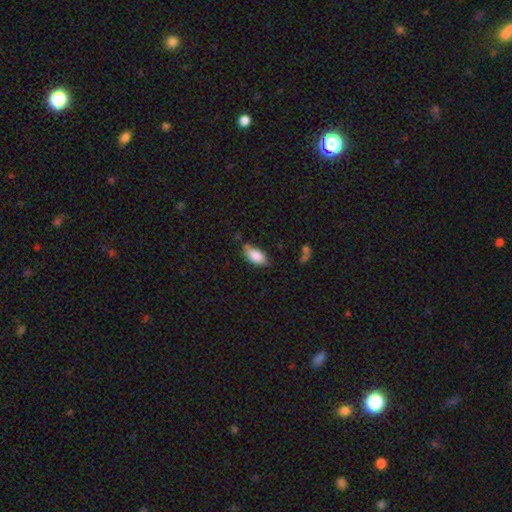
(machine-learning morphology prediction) This appears to be a smooth galaxy with no disk features (84%) that is in between round and cigar-shaped (91%). Merging: none (57%).